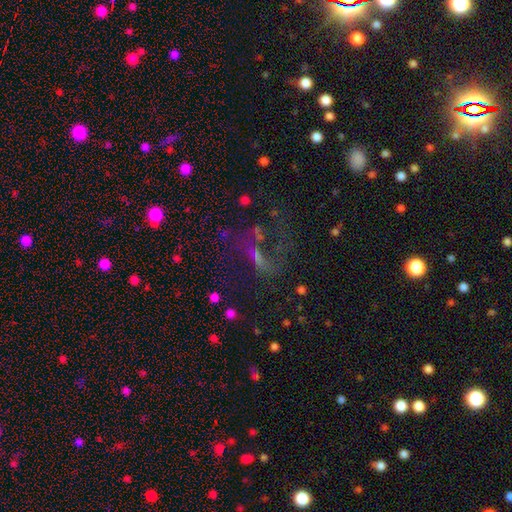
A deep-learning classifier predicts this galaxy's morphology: Smooth or featured: featured or disk — 45% (star or artifact — 28%)
Merging: major disturbance — 39% (none — 36%)